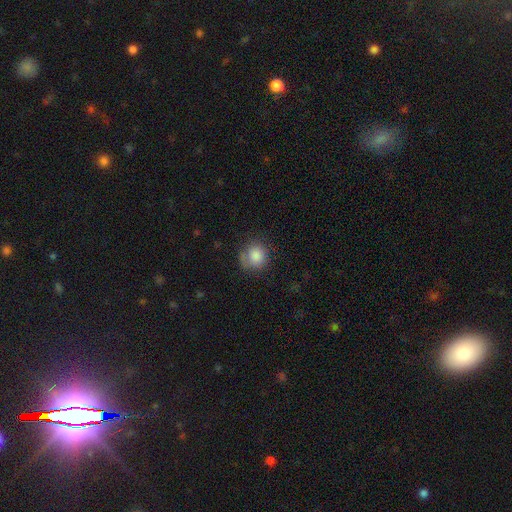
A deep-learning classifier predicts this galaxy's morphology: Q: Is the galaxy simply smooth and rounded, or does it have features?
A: smooth — 84%.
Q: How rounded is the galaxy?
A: round — 82%.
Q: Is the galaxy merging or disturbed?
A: none — 63%.